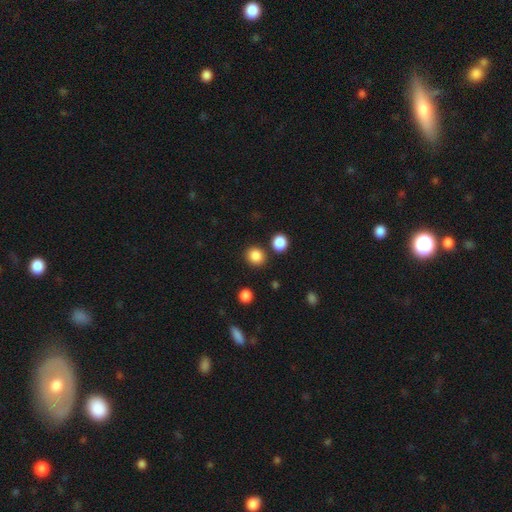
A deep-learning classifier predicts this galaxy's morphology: Smooth or featured? Predicted: smooth (p=0.86). How rounded? Predicted: round (p=0.84). Merging? Predicted: none (p=0.84).